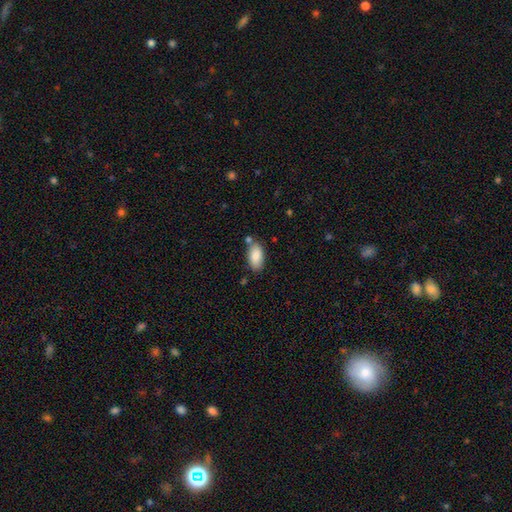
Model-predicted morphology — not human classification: Q: Smooth or featured?
A: smooth (87%); runner-up: star or artifact (7%)
Q: How rounded?
A: in between (94%); runner-up: cigar-shaped (4%)
Q: Merging?
A: none (73%); runner-up: minor disturbance (15%)